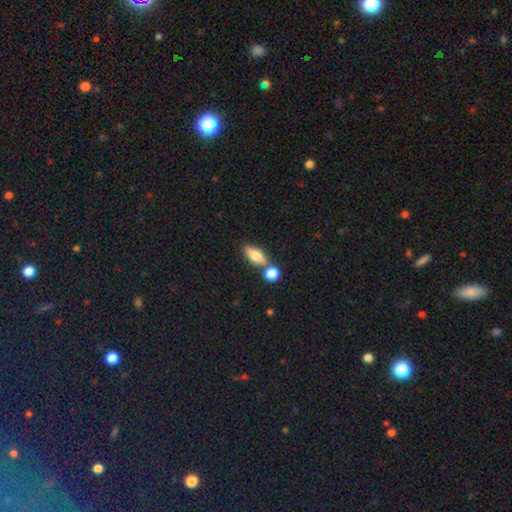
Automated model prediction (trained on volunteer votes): A smooth galaxy with no disk features (71%) that is in between round and cigar-shaped (69%). Merging: none (59%).